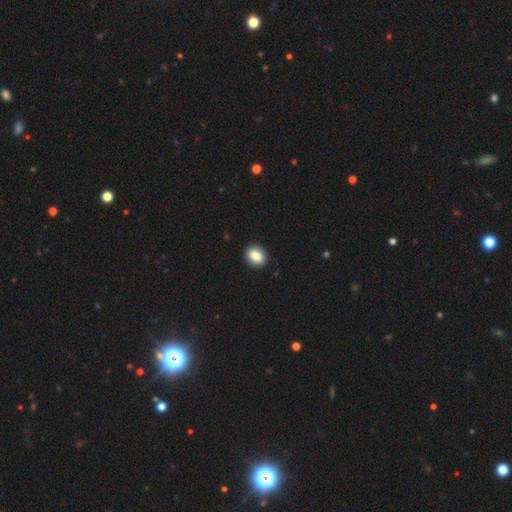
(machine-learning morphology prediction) This is clearly a smooth galaxy (86%). How rounded: possibly round (58%). Merging: clearly none (92%).